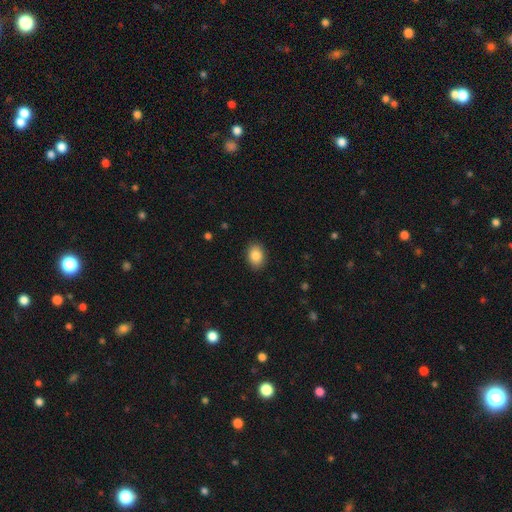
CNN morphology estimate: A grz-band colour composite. It shows a smooth galaxy with no disk features (87%) that is in between round and cigar-shaped (73%). Merging: none (89%).